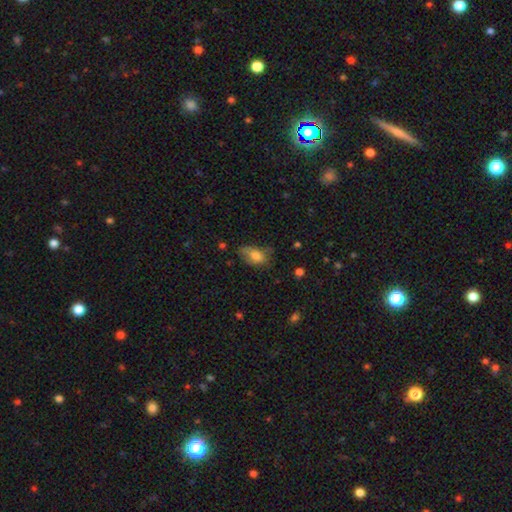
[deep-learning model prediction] Morphology: type=smooth (77%); roundness=in between (90%); merging=none (47%).